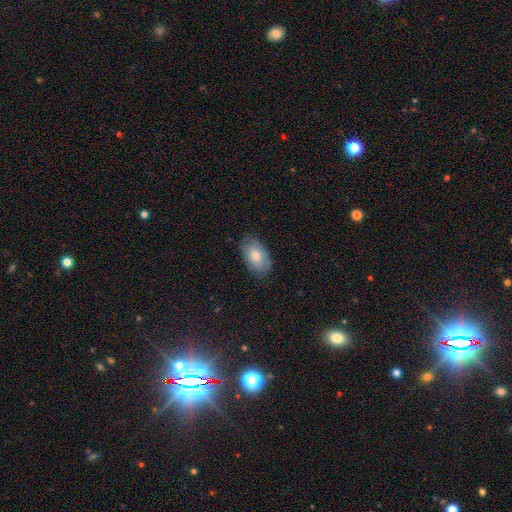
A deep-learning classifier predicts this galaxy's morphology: Smooth or featured? smooth (70%)
How rounded? in between (93%)
Merging? none (82%)